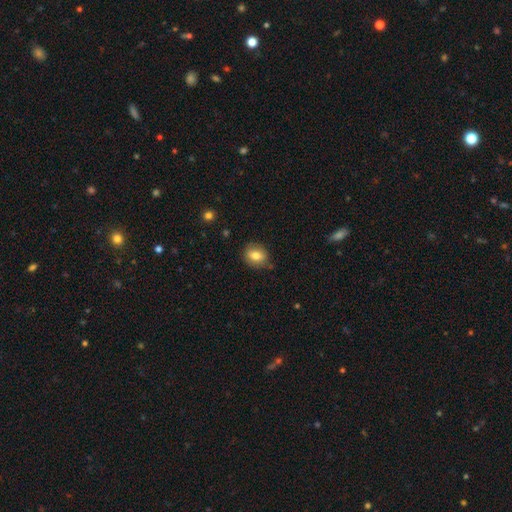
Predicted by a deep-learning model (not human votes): smooth_or_featured: smooth (p=0.78) [alt: featured or disk p=0.13]
how_rounded: round (p=0.53) [alt: in between p=0.46]
merging: none (p=0.75) [alt: minor disturbance p=0.19]